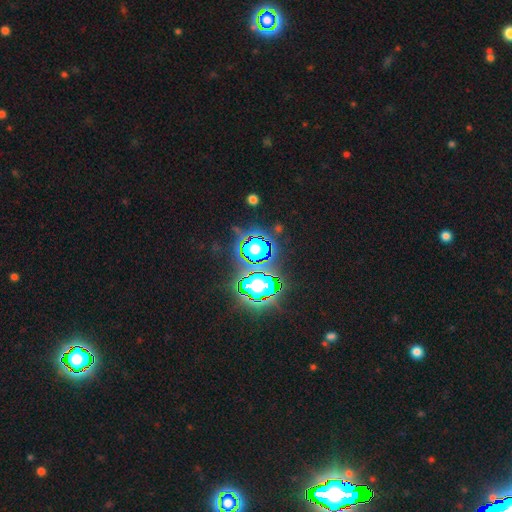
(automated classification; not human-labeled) smooth-or-featured: star or artifact: 72% | smooth: 14% | featured or disk: 13%